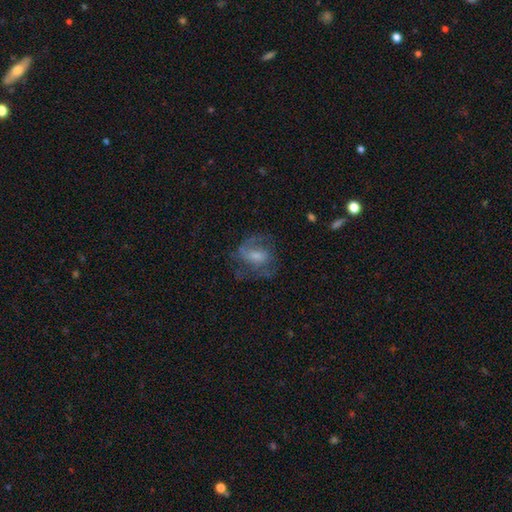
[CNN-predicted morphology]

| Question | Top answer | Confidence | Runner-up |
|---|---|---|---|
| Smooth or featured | featured or disk | 70% | smooth (19%) |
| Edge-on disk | no | 96% | yes (4%) |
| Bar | weak | 46% | no (40%) |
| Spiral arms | yes | 86% | no (14%) |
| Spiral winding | medium | 49% | tight (28%) |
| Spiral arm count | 2 | 58% | can't tell (21%) |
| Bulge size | small | 41% | moderate (39%) |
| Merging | none | 62% | minor disturbance (19%) |